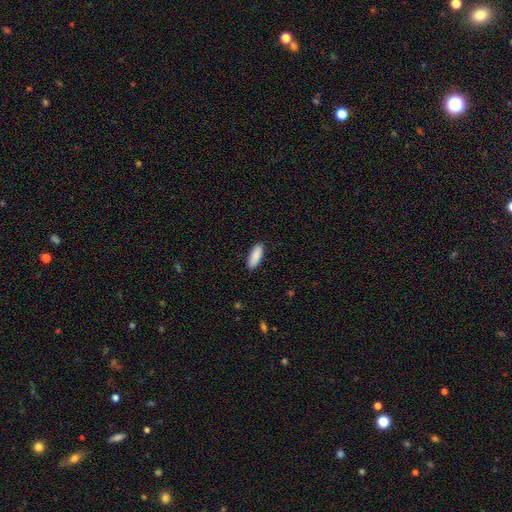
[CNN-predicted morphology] smooth_or_featured: smooth (p=0.90) [alt: star or artifact p=0.06]
how_rounded: in between (p=0.69) [alt: cigar-shaped p=0.29]
merging: none (p=0.88) [alt: minor disturbance p=0.09]